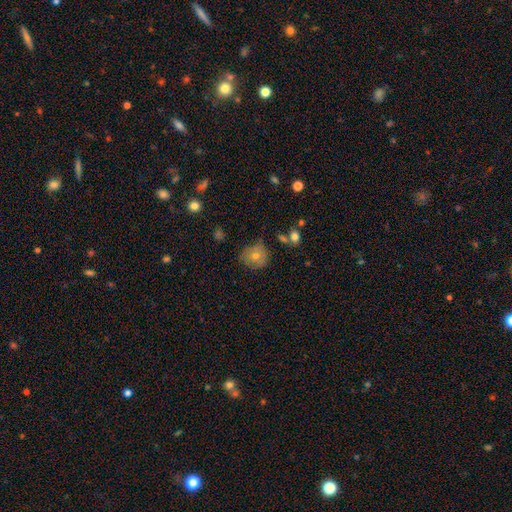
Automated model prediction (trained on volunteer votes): A smooth galaxy with no disk features (66%) that is round (84%).

Vote fractions:
- Smooth or featured? smooth: 66% / featured or disk: 21% / star or artifact: 12%
- How rounded? round: 84% / in between: 15% / cigar-shaped: 1%
- Merging? none: 67% / minor disturbance: 24% / major disturbance: 6% / merger: 3%